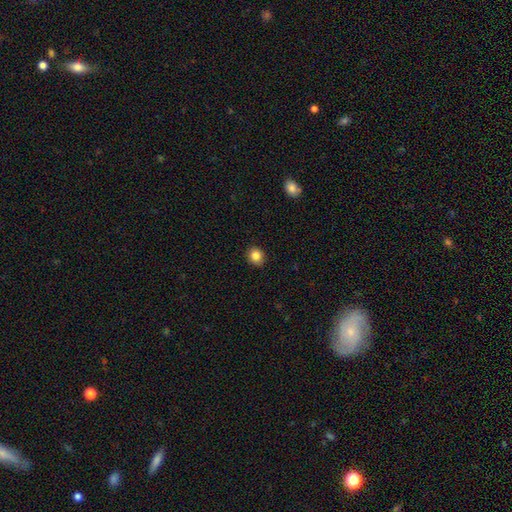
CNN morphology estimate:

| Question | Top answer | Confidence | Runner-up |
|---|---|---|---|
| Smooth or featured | smooth | 85% | star or artifact (10%) |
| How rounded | round | 83% | in between (16%) |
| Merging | none | 90% | minor disturbance (8%) |